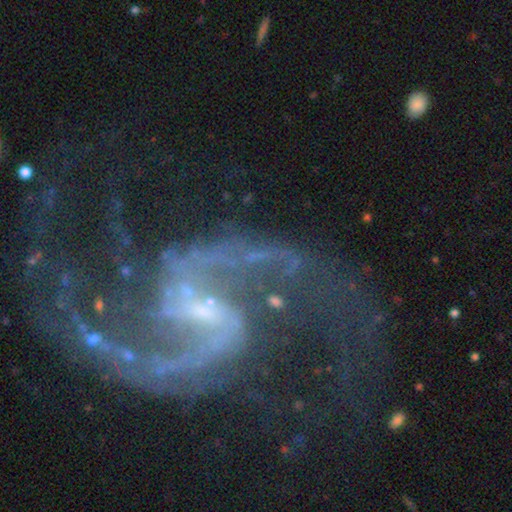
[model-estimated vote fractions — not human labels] Smooth or featured? featured or disk (88%)
Edge-on disk? no (98%)
Bar? weak (47%)
Spiral arms? yes (96%)
Spiral winding? loose (59%)
Spiral arm count? 2 (85%)
Bulge size? small (62%)
Merging? none (51%)